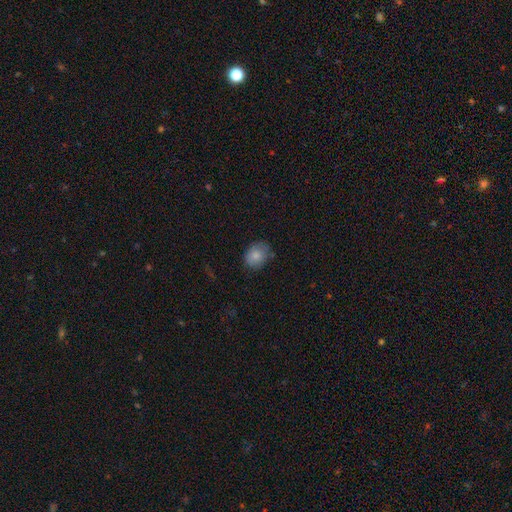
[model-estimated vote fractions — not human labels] A smooth galaxy with no disk features (84%) that is in between round and cigar-shaped (50%). Merging: none (74%).